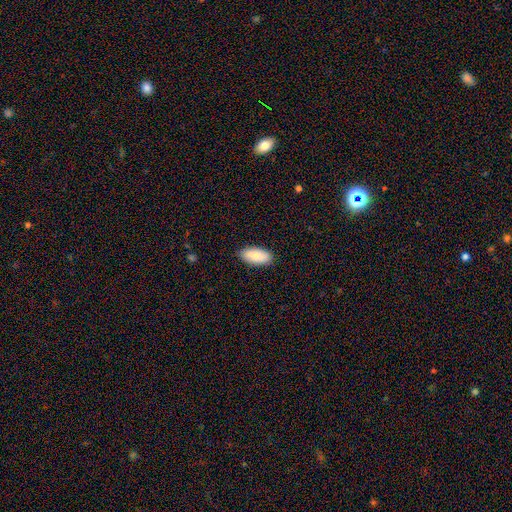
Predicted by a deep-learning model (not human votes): smooth 84%, featured or disk 10%, star or artifact 6%. Down the decision tree: how rounded — in between (90%); merging — none (88%).